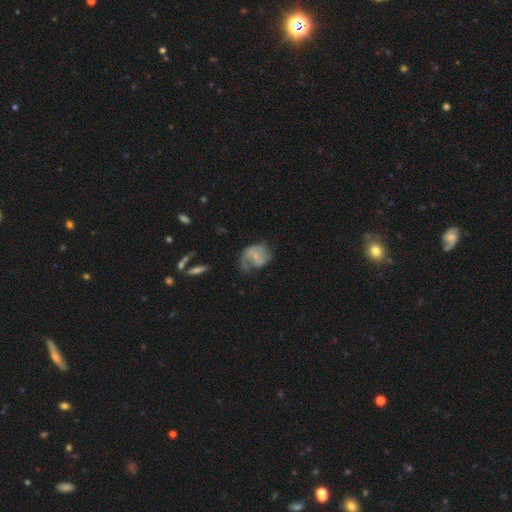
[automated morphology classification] Smooth or featured?
  - featured or disk: 57% *
  - smooth: 35%
  - star or artifact: 8%
Edge-on disk?
  - no: 97% *
  - yes: 3%
Bar?
  - no: 64% *
  - weak: 29%
  - strong: 7%
Spiral arms?
  - yes: 73% *
  - no: 27%
Bulge size?
  - small: 65% *
  - moderate: 19%
  - none: 14%
  - large: 1%
  - dominant: 1%
Merging?
  - none: 37% *
  - major disturbance: 29%
  - minor disturbance: 28%
  - merger: 5%